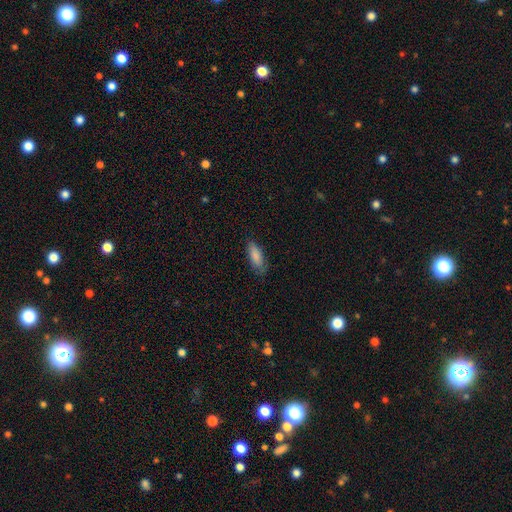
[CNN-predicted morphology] Smooth or featured: smooth — 85% (featured or disk — 9%)
How rounded: in between — 61% (cigar-shaped — 37%)
Merging: none — 78% (minor disturbance — 18%)